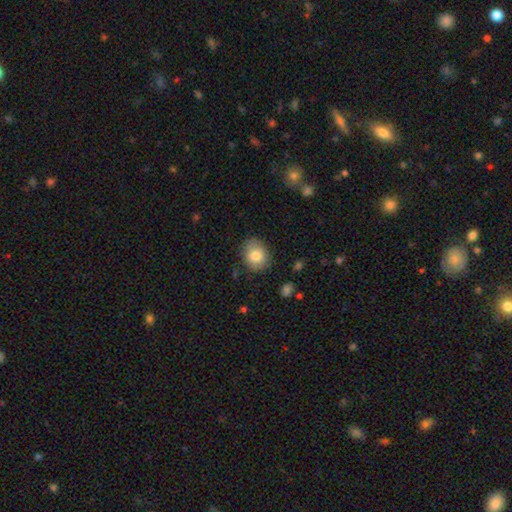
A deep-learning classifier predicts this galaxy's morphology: smooth_or_featured: smooth (p=0.82) [alt: featured or disk p=0.10]
how_rounded: round (p=0.51) [alt: in between p=0.48]
merging: none (p=0.81) [alt: minor disturbance p=0.14]